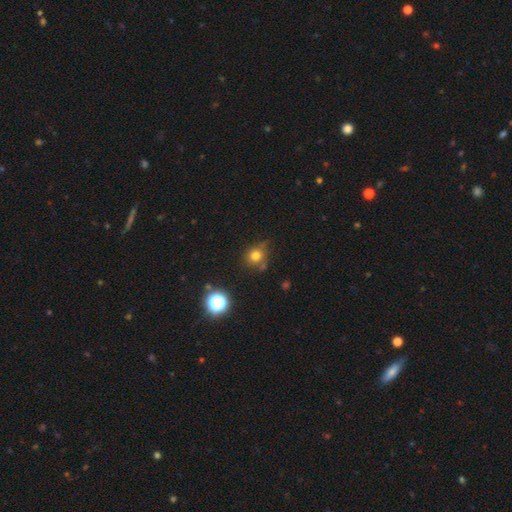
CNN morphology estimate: type=smooth (74%); roundness=round (85%); merging=none (64%).